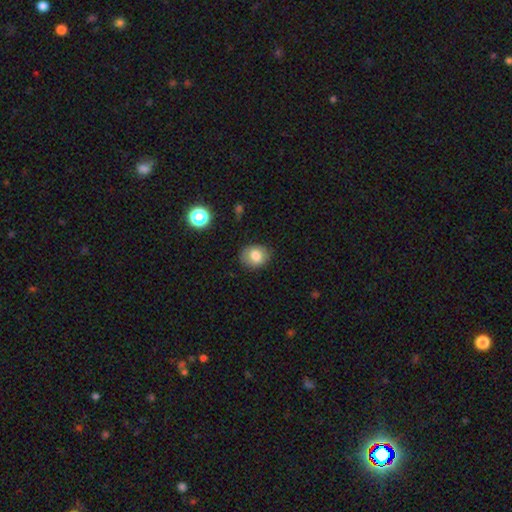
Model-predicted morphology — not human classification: A smooth galaxy with no disk features (79%) that is round (54%). Merging: none (82%).